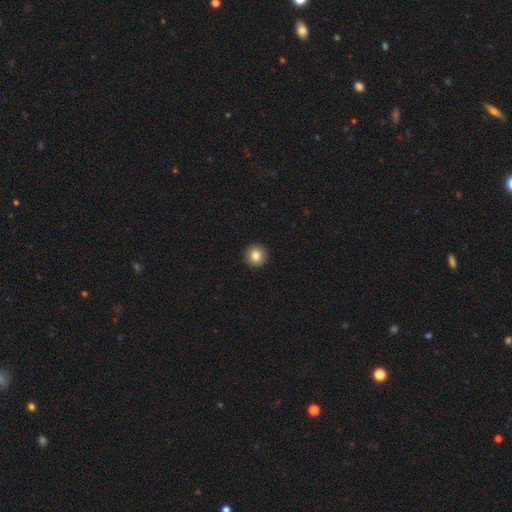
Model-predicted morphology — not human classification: Overall: smooth (84%). How rounded: round (96%). Merging: none (94%).